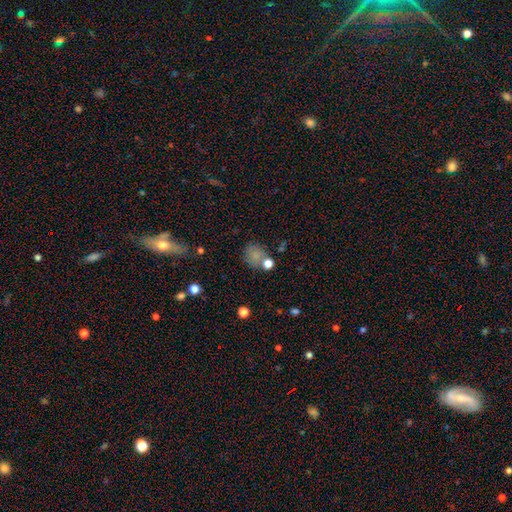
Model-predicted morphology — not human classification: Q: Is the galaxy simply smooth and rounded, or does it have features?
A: smooth — 77%.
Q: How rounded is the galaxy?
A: round — 72%.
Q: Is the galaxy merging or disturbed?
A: none — 62%.